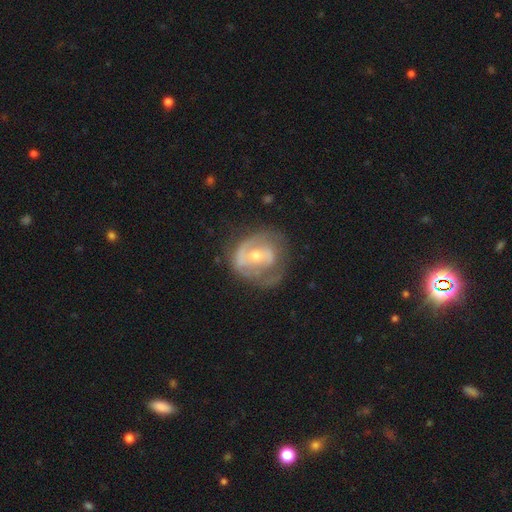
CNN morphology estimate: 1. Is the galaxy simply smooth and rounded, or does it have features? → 75% featured or disk, 19% smooth, 6% star or artifact.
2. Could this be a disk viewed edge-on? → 97% no, 3% yes.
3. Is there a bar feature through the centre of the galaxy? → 52% no, 35% weak, 13% strong.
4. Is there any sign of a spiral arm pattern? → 76% yes, 24% no.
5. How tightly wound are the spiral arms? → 44% tight, 39% medium, 18% loose.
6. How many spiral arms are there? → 47% 2, 27% can't tell, 14% 1, 8% 3, 2% 4, 2% more than 4.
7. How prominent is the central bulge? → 48% small, 47% moderate, 2% large, 1% none, 1% dominant.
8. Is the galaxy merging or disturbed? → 52% none, 25% minor disturbance, 21% major disturbance, 2% merger.